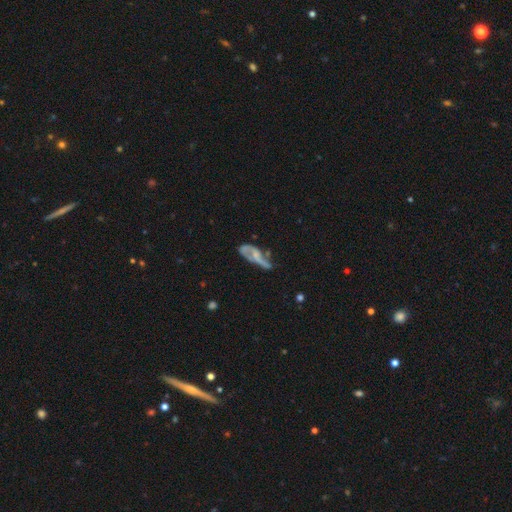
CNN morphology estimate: This appears to be a featured or disk galaxy (64%) with no bar (62%), spiral arms (61%) and a small central bulge (39%). Merging: major disturbance (35%).